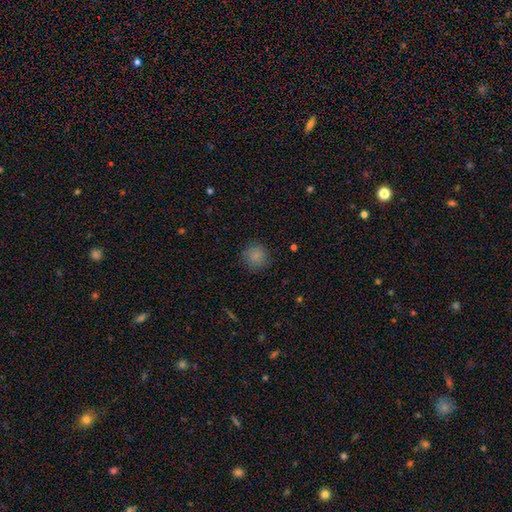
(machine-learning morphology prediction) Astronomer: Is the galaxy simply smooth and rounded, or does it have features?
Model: smooth — 83%.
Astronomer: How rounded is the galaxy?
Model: round — 92%.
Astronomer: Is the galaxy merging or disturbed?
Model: none — 85%.